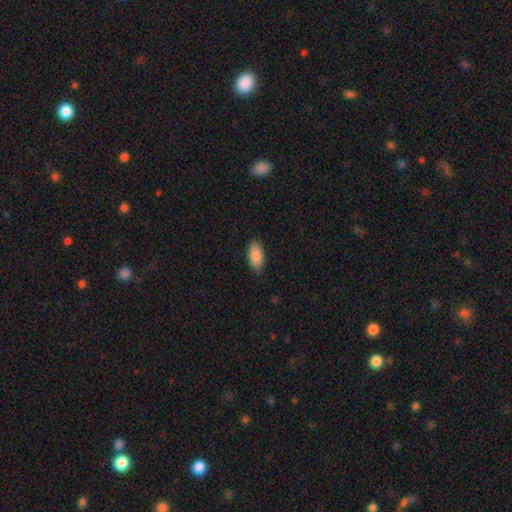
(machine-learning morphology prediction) This is clearly a smooth galaxy (88%). How rounded: clearly in between (91%). Merging: clearly none (87%).